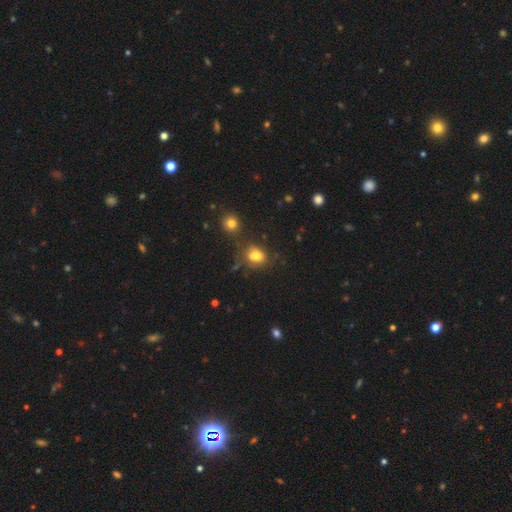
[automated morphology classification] The model was most divided on "how rounded": in between: 53%, round: 46%, cigar-shaped: 1%. More confident: smooth or featured — smooth (76%); merging — none (58%).